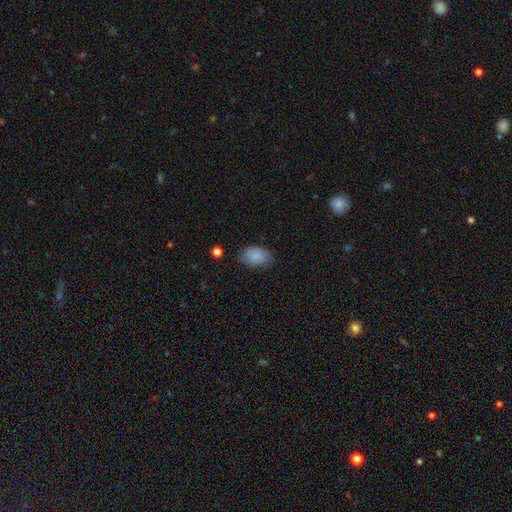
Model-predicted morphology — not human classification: type=smooth (87%); roundness=in between (86%); merging=none (80%).